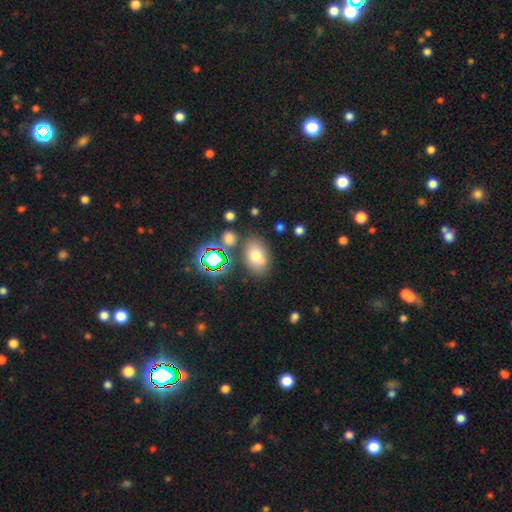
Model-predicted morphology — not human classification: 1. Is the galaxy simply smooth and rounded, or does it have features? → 69% smooth, 17% star or artifact, 15% featured or disk.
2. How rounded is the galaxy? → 81% in between, 17% round, 1% cigar-shaped.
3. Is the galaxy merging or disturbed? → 69% none, 15% minor disturbance, 11% merger, 5% major disturbance.